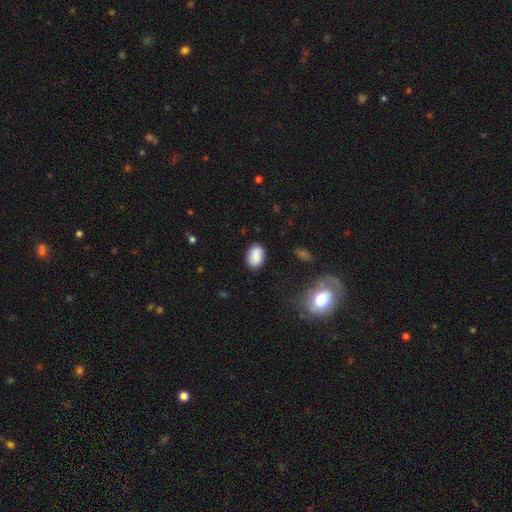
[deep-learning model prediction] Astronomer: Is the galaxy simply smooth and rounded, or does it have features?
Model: smooth — 85%.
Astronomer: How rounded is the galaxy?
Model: in between — 83%.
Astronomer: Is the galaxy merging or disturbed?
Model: none — 82%.